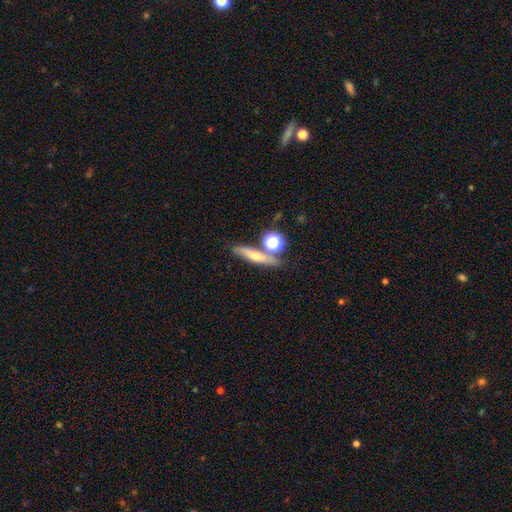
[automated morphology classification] smooth-or-featured: smooth: 50% | featured or disk: 38% | star or artifact: 12%
  merging: none: 66% | merger: 17% | minor disturbance: 12% | major disturbance: 4%